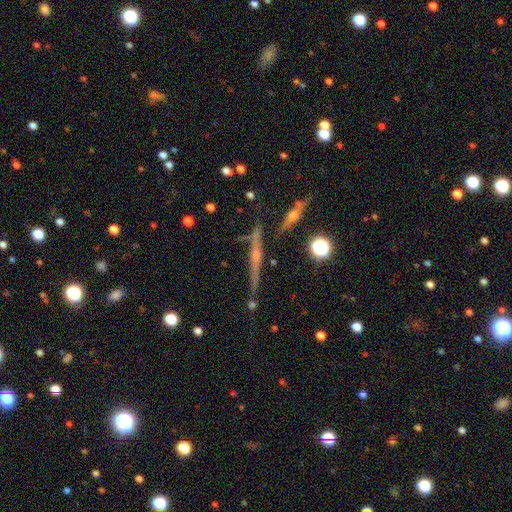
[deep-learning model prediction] Smooth or featured?
  - featured or disk: 73% *
  - smooth: 15%
  - star or artifact: 13%
Edge-on disk?
  - yes: 96% *
  - no: 4%
Edge-on bulge?
  - rounded: 74% *
  - none: 18%
  - boxy: 8%
Merging?
  - none: 77% *
  - minor disturbance: 13%
  - merger: 7%
  - major disturbance: 4%